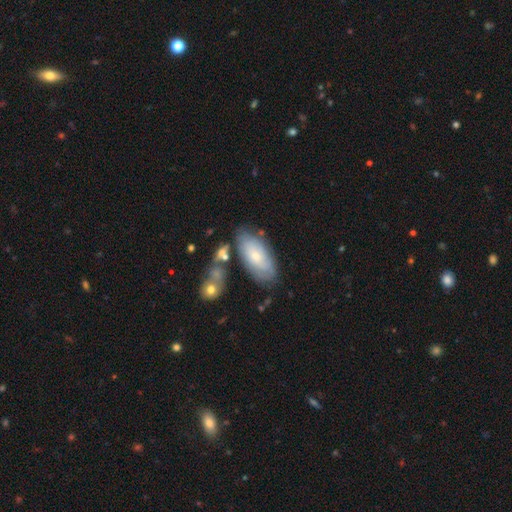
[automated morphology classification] type=smooth (54%); roundness=in between (91%); merging=none (68%).